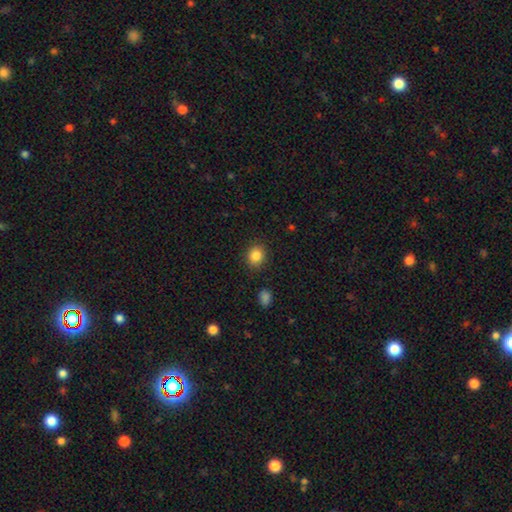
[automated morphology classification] Q: Smooth or featured?
A: smooth (85%); runner-up: star or artifact (10%)
Q: How rounded?
A: round (70%); runner-up: in between (29%)
Q: Merging?
A: none (88%); runner-up: minor disturbance (8%)